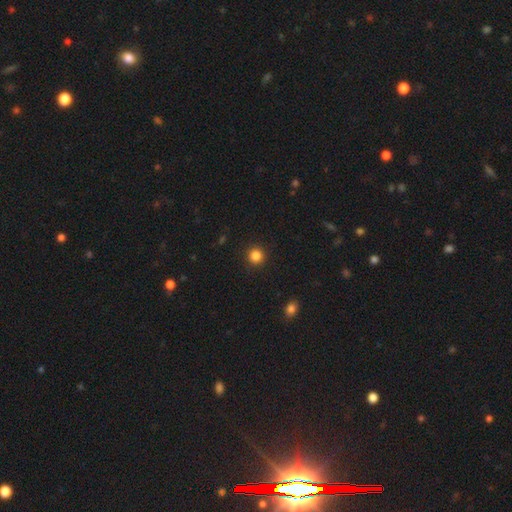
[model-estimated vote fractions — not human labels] A smooth galaxy with no disk features (85%) that is round (95%).

Vote fractions:
- Smooth or featured? smooth: 85% / star or artifact: 12% / featured or disk: 3%
- How rounded? round: 95% / in between: 4% / cigar-shaped: 1%
- Merging? none: 92% / minor disturbance: 5% / major disturbance: 2% / merger: 1%